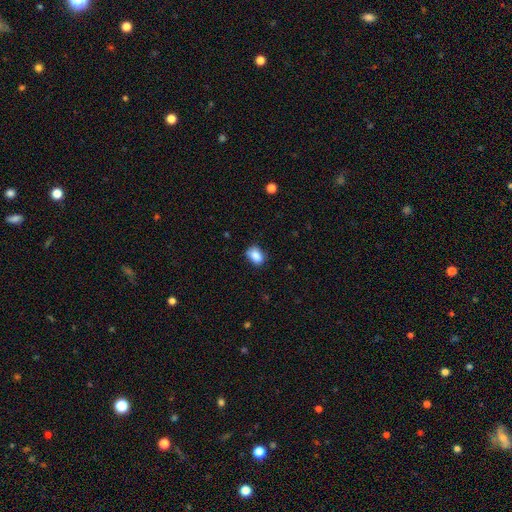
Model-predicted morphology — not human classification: A smooth galaxy with no disk features (86%) that is in between round and cigar-shaped (75%).

Vote fractions:
- Smooth or featured? smooth: 86% / star or artifact: 8% / featured or disk: 6%
- How rounded? in between: 75% / round: 23% / cigar-shaped: 1%
- Merging? none: 76% / minor disturbance: 19% / major disturbance: 4% / merger: 1%